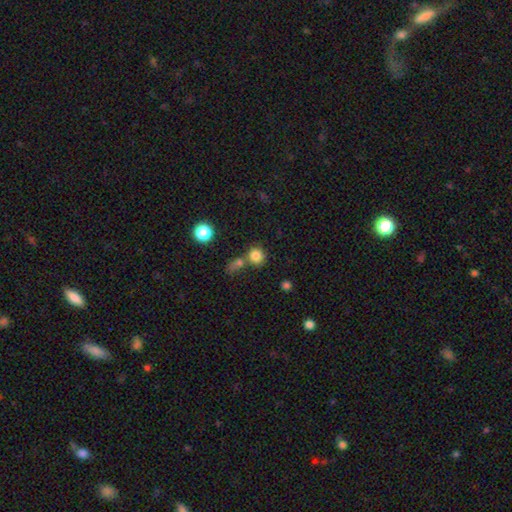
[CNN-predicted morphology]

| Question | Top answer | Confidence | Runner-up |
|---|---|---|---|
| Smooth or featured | smooth | 81% | star or artifact (13%) |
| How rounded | round | 86% | in between (13%) |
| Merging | none | 62% | merger (25%) |